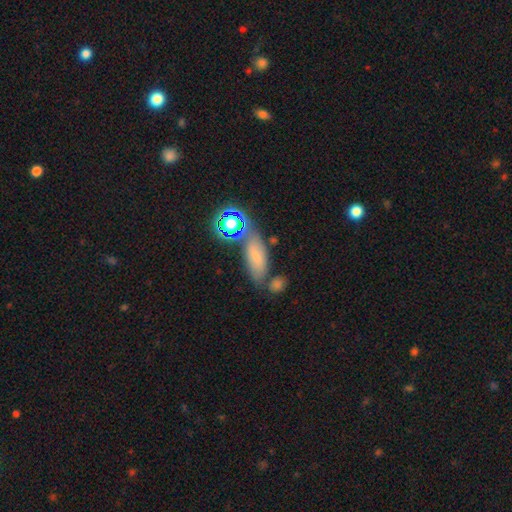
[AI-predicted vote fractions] Smooth or featured? Predicted: smooth (p=0.68). How rounded? Predicted: in between (p=0.74). Merging? Predicted: none (p=0.61).